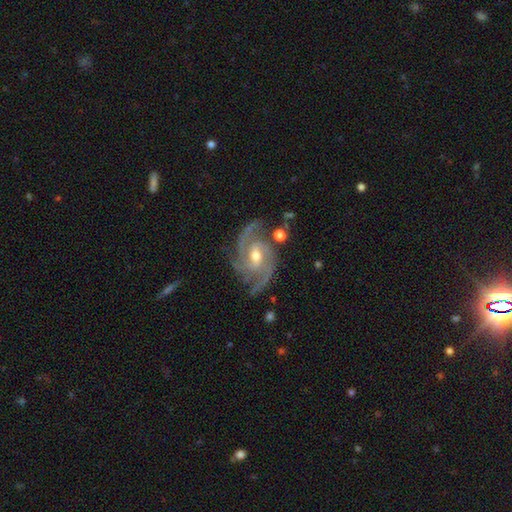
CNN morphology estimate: Smooth or featured: featured or disk — 93% (star or artifact — 4%)
Edge-on disk: no — 98% (yes — 2%)
Bar: weak — 47% (no — 34%)
Spiral arms: yes — 99% (no — 1%)
Spiral winding: medium — 52% (tight — 39%)
Spiral arm count: 3 — 40% (2 — 37%)
Bulge size: moderate — 65% (small — 31%)
Merging: none — 75% (minor disturbance — 17%)